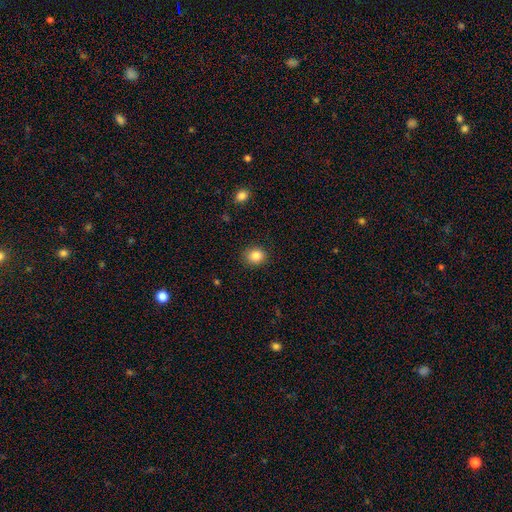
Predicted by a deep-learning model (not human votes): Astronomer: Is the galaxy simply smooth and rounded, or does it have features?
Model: smooth — 85%.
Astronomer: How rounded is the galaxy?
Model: round — 73%.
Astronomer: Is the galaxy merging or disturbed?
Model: none — 88%.